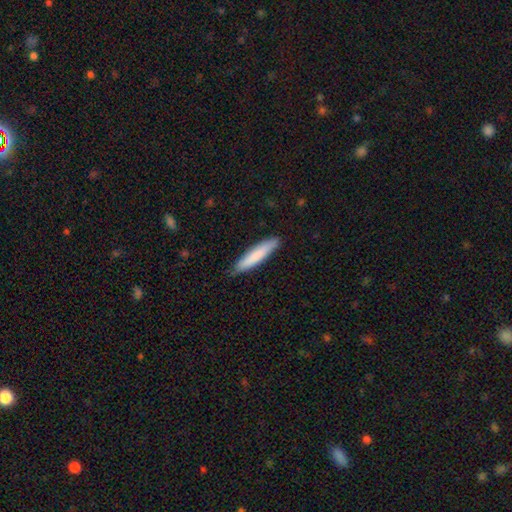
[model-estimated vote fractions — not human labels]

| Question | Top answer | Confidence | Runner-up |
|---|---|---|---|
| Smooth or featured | smooth | 81% | featured or disk (14%) |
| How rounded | cigar-shaped | 88% | in between (11%) |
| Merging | none | 86% | minor disturbance (12%) |